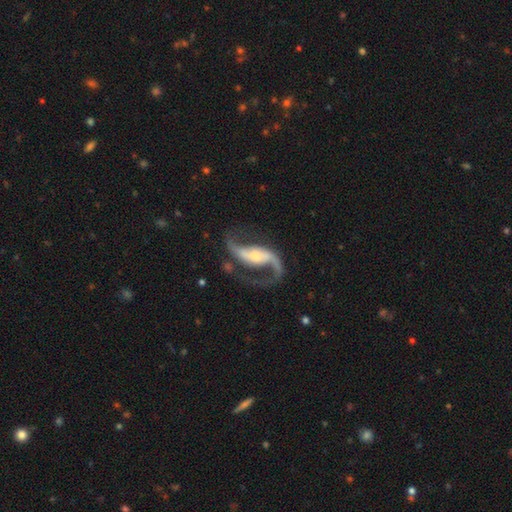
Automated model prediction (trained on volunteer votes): Overall: featured or disk (92%). Edge-on disk: no (96%). Bar: strong (45%; weak 30%). Spiral arms: yes (97%). Spiral arm count: 2 (91%). Spiral winding: loose (58%; medium 35%). Bulge size: small (47%; moderate 44%). Merging: none (73%).